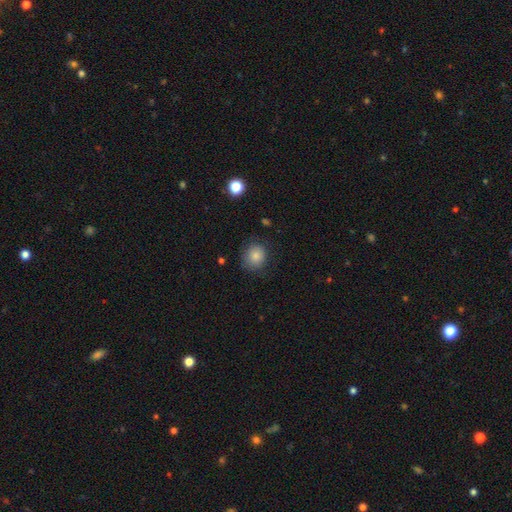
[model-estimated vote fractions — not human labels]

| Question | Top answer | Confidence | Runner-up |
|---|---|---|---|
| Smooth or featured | smooth | 84% | star or artifact (10%) |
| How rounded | round | 81% | in between (18%) |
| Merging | none | 79% | minor disturbance (16%) |